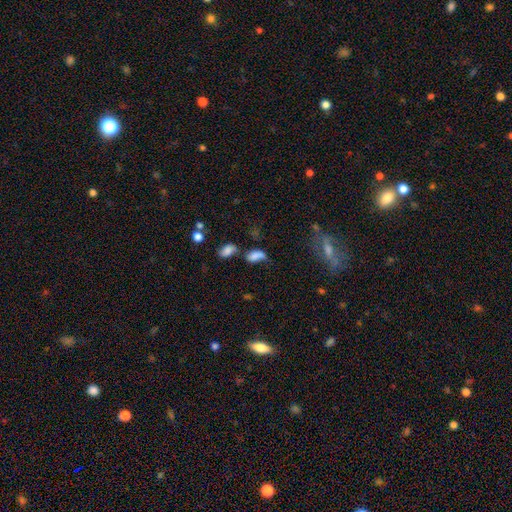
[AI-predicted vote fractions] Smooth or featured?
  - smooth: 72% *
  - featured or disk: 14%
  - star or artifact: 14%
How rounded?
  - in between: 86% *
  - round: 8%
  - cigar-shaped: 5%
Merging?
  - none: 32% *
  - merger: 30%
  - minor disturbance: 22%
  - major disturbance: 17%